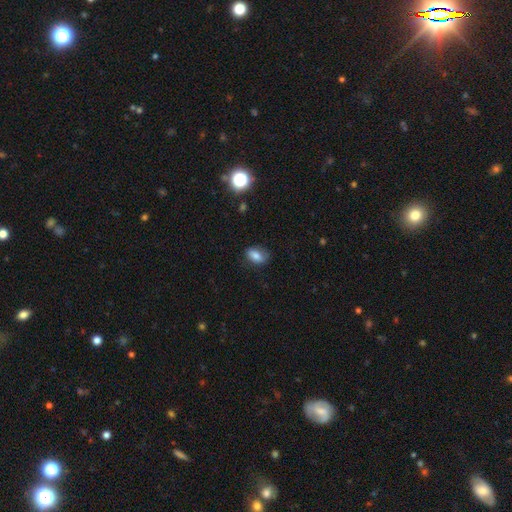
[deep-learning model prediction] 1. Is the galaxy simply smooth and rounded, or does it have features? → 77% smooth, 13% featured or disk, 10% star or artifact.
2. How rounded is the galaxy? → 85% in between, 12% round, 3% cigar-shaped.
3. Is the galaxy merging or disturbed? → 77% none, 18% minor disturbance, 4% major disturbance, 1% merger.